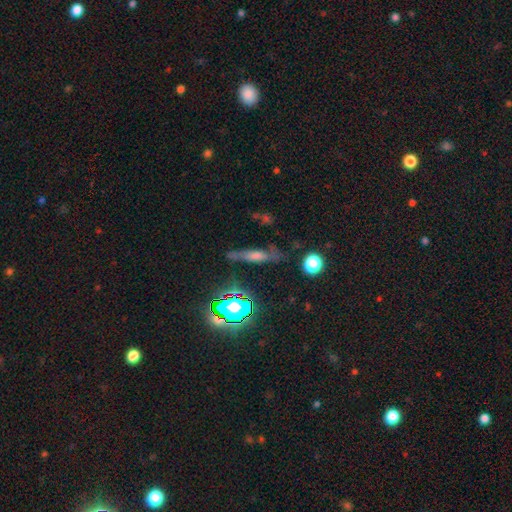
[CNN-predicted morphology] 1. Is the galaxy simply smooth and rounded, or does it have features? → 44% featured or disk, 34% smooth, 23% star or artifact.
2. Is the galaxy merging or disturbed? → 72% none, 17% minor disturbance, 7% major disturbance, 4% merger.